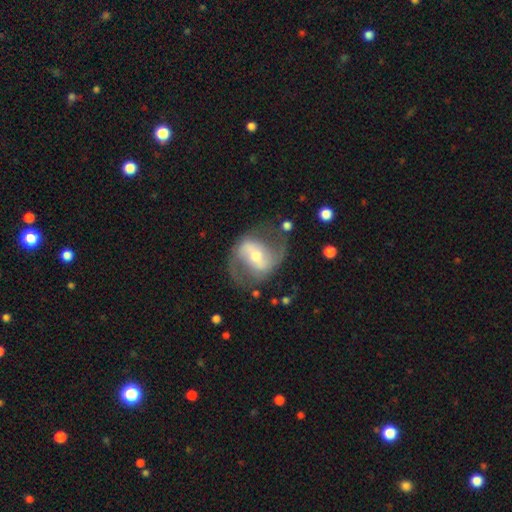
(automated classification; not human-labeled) Smooth or featured? Predicted: featured or disk (p=0.82). Edge-on disk? Predicted: no (p=0.96). Bar? Predicted: strong (p=0.41). Spiral arms? Predicted: yes (p=0.90). Spiral winding? Predicted: medium (p=0.48). Spiral arm count? Predicted: 2 (p=0.89). Bulge size? Predicted: moderate (p=0.56). Merging? Predicted: none (p=0.68).